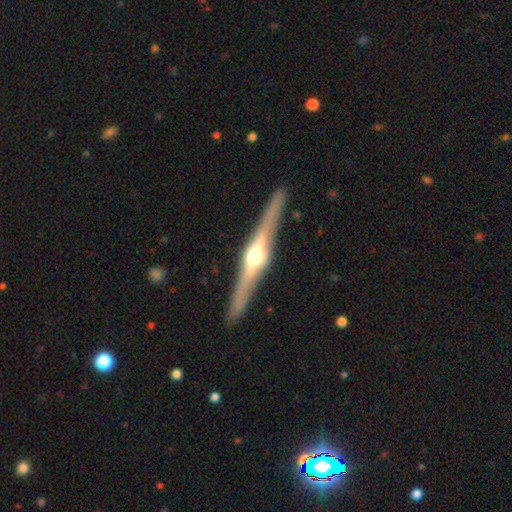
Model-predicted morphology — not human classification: smooth-or-featured: featured or disk: 78% | smooth: 16% | star or artifact: 5%
  disk-edge-on: yes: 97% | no: 3%
    edge-on-bulge: rounded: 94% | boxy: 4% | none: 2%
  merging: none: 89% | minor disturbance: 8% | major disturbance: 2% | merger: 1%